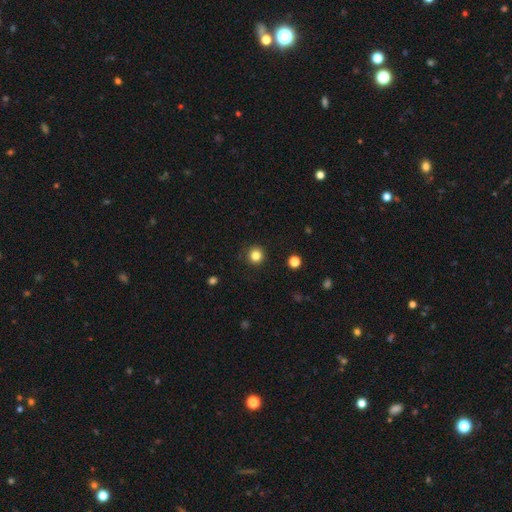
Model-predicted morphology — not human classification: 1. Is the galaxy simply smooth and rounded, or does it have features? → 83% smooth, 12% star or artifact, 5% featured or disk.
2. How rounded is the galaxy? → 95% round, 4% in between, 1% cigar-shaped.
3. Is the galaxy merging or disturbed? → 91% none, 6% minor disturbance, 2% major disturbance, 1% merger.